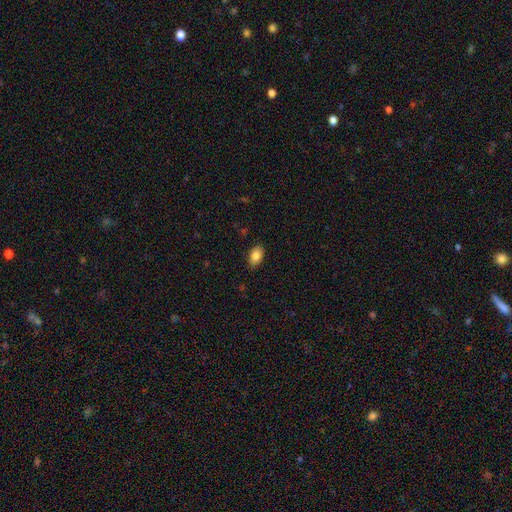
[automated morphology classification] This appears to be a smooth galaxy with no disk features (86%) that is in between round and cigar-shaped (90%). Merging: none (85%).